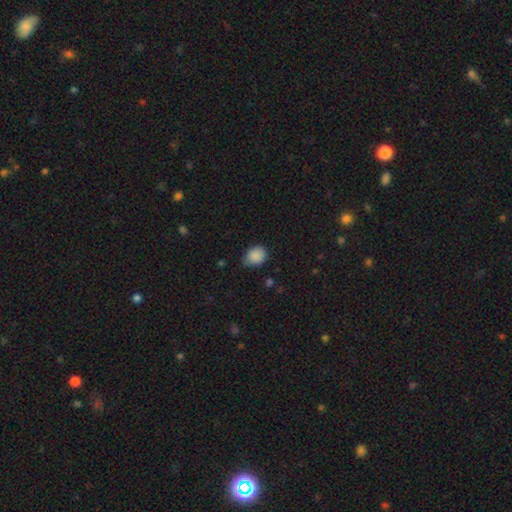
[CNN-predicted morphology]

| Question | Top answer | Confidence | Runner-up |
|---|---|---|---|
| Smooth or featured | smooth | 88% | star or artifact (9%) |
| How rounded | round | 53% | in between (46%) |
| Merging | none | 68% | minor disturbance (26%) |